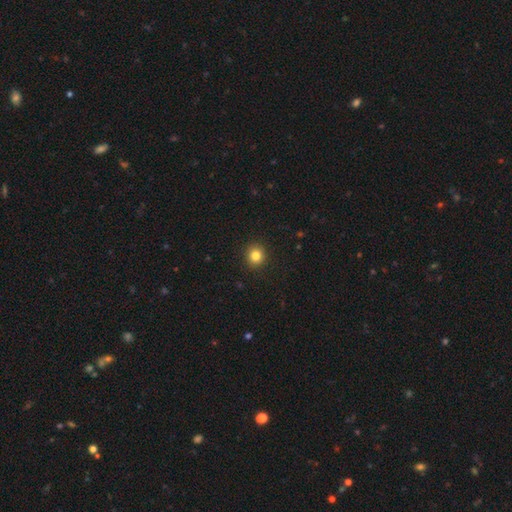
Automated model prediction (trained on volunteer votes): smooth-or-featured: smooth: 83% | star or artifact: 12% | featured or disk: 6%
  how-rounded: round: 89% | in between: 10% | cigar-shaped: 1%
  merging: none: 92% | minor disturbance: 5% | major disturbance: 2% | merger: 1%